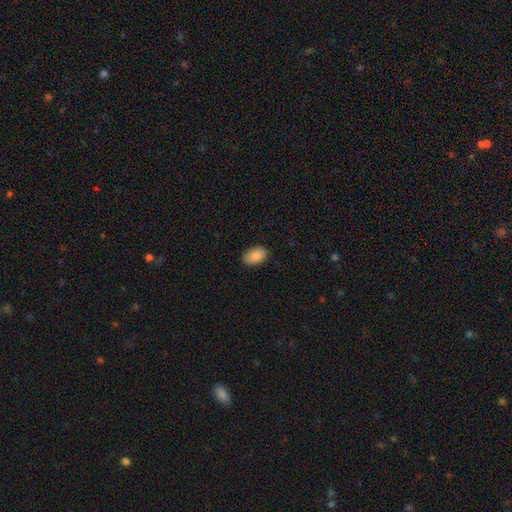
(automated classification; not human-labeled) The model was most divided on "merging": none: 86%, minor disturbance: 11%, major disturbance: 2%, merger: 1%. More confident: how rounded — in between (91%); smooth or featured — smooth (88%).